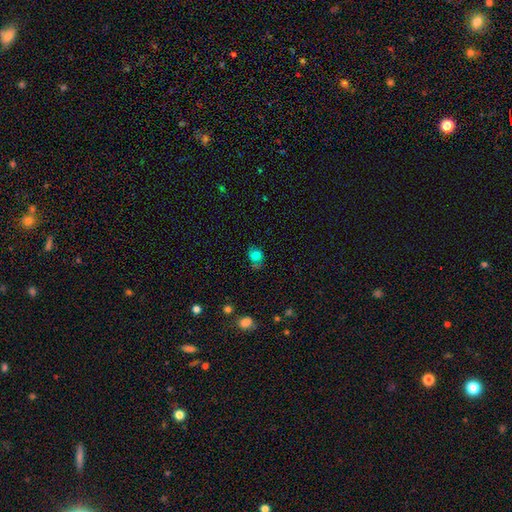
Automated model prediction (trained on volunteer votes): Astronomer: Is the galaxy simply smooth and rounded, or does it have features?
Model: smooth — 69%.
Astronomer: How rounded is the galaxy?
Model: round — 50% (runner-up: in between, 48%).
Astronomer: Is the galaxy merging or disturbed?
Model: none — 57%.